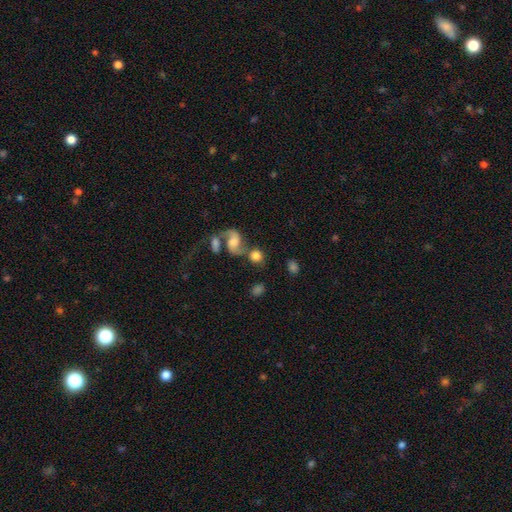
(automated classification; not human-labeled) Q: Smooth or featured?
A: smooth (57%); runner-up: featured or disk (32%)
Q: How rounded?
A: round (72%); runner-up: in between (26%)
Q: Merging?
A: none (45%); runner-up: merger (35%)